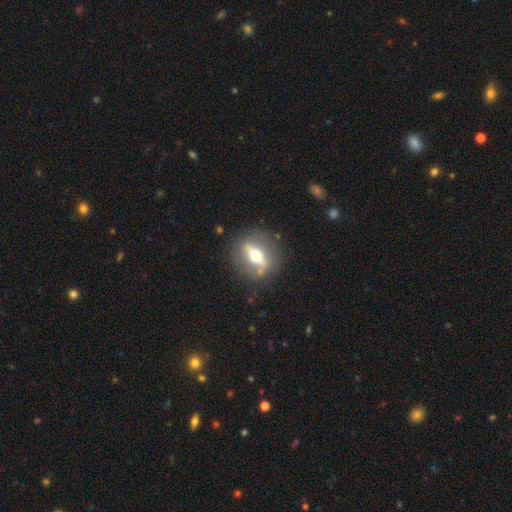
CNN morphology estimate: featured or disk 63%, smooth 29%, star or artifact 7%. Down the decision tree: edge-on disk — yes (58%); merging — none (82%).